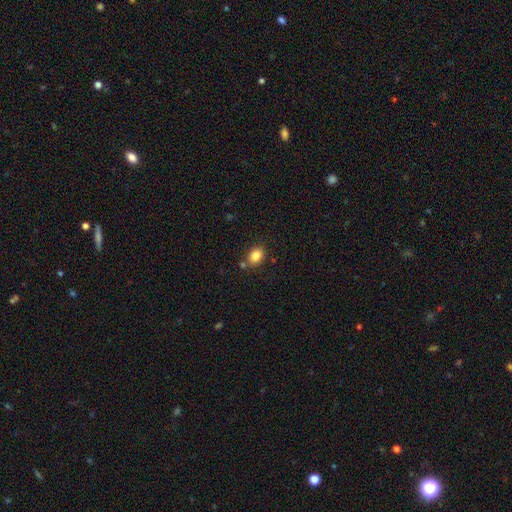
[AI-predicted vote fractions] smooth-or-featured: smooth: 83% | star or artifact: 10% | featured or disk: 7%
  how-rounded: in between: 64% | round: 35% | cigar-shaped: 1%
  merging: none: 76% | minor disturbance: 12% | merger: 9% | major disturbance: 3%